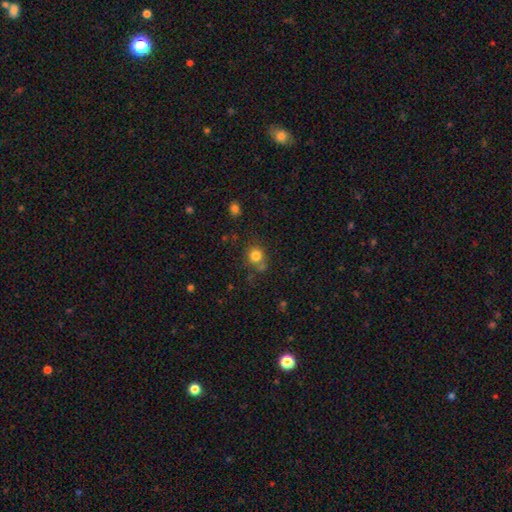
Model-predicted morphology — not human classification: Smooth or featured?
  - smooth: 81% *
  - star or artifact: 13%
  - featured or disk: 7%
How rounded?
  - round: 86% *
  - in between: 13%
  - cigar-shaped: 1%
Merging?
  - none: 70% *
  - minor disturbance: 14%
  - merger: 11%
  - major disturbance: 5%